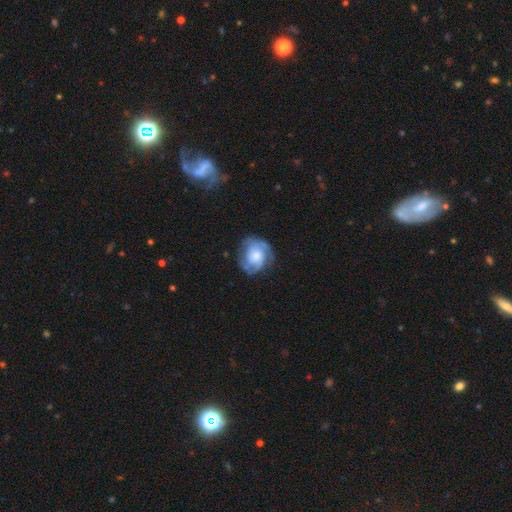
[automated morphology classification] Smooth or featured: featured or disk — 76% (smooth — 18%)
Edge-on disk: no — 98% (yes — 2%)
Bar: no — 73% (weak — 23%)
Spiral arms: yes — 93% (no — 7%)
Spiral winding: tight — 47% (medium — 41%)
Spiral arm count: 2 — 50% (3 — 21%)
Bulge size: moderate — 41% (large — 25%)
Merging: none — 71% (minor disturbance — 19%)